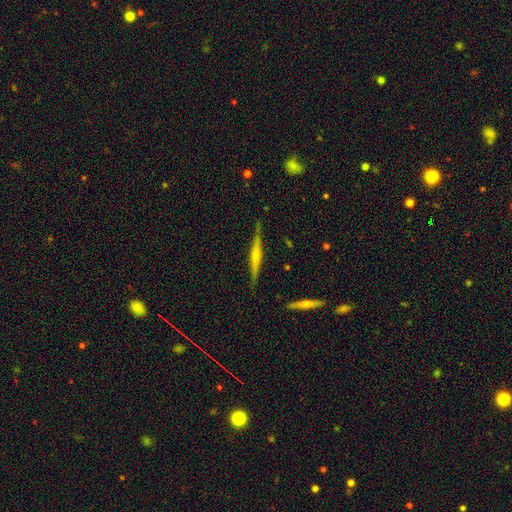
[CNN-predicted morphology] smooth_or_featured: featured or disk (p=0.62) [alt: smooth p=0.32]
disk_edge_on: yes (p=0.97) [alt: no p=0.03]
edge_on_bulge: rounded (p=0.45) [alt: none p=0.35]
merging: none (p=0.85) [alt: minor disturbance p=0.11]